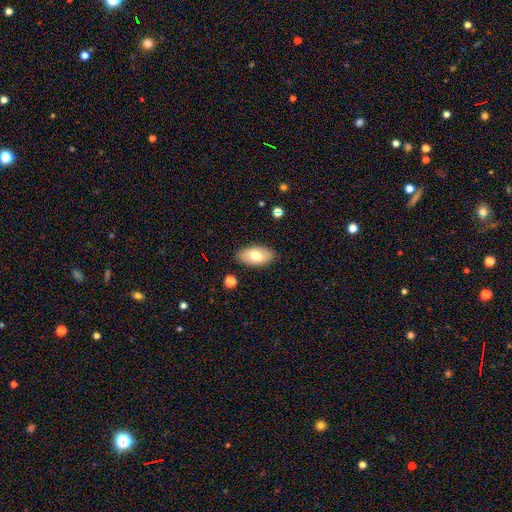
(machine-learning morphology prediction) Smooth or featured? smooth (71%)
How rounded? in between (94%)
Merging? none (87%)